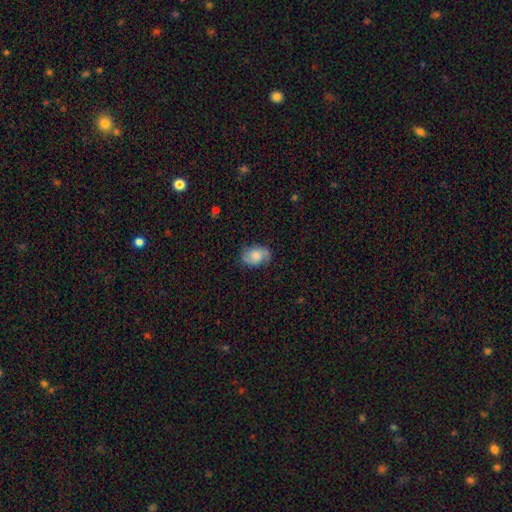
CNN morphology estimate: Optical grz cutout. It shows a smooth galaxy with no disk features (57%) that is in between round and cigar-shaped (83%). Merging: none (72%).